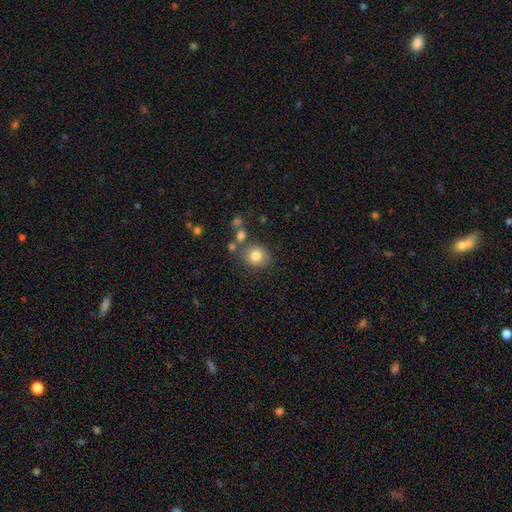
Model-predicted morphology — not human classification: smooth 80%, star or artifact 10%, featured or disk 10%. Down the decision tree: how rounded — round (76%); merging — none (70%).